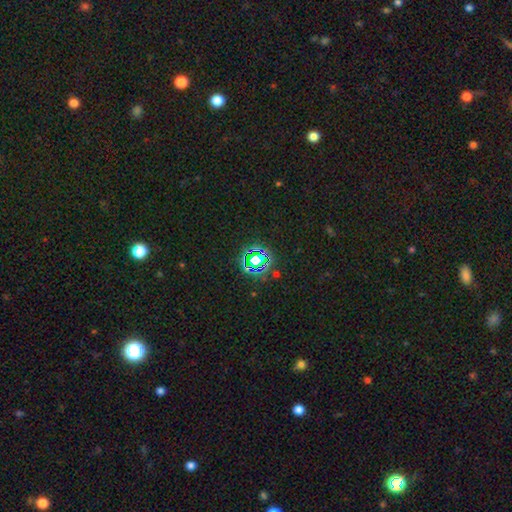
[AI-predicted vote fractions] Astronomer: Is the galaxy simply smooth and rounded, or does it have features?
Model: star or artifact — 71%.